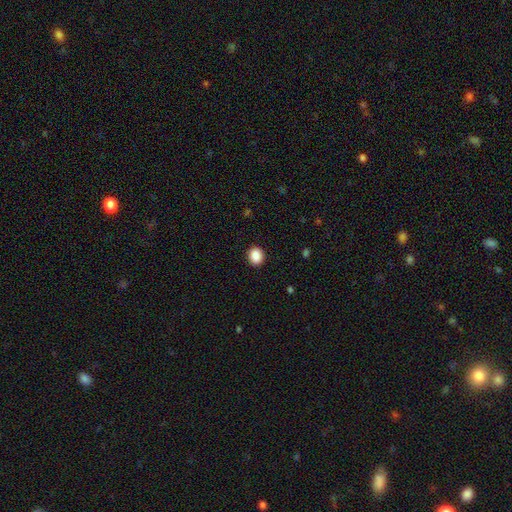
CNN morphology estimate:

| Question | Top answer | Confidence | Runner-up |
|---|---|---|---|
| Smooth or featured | smooth | 89% | star or artifact (8%) |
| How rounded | round | 66% | in between (33%) |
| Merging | none | 91% | minor disturbance (6%) |